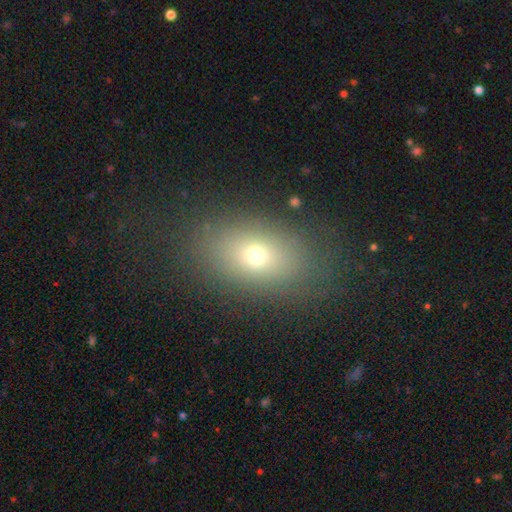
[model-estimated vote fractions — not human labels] Q: Smooth or featured?
A: smooth (67%); runner-up: star or artifact (16%)
Q: How rounded?
A: in between (79%); runner-up: round (18%)
Q: Merging?
A: none (82%); runner-up: minor disturbance (10%)